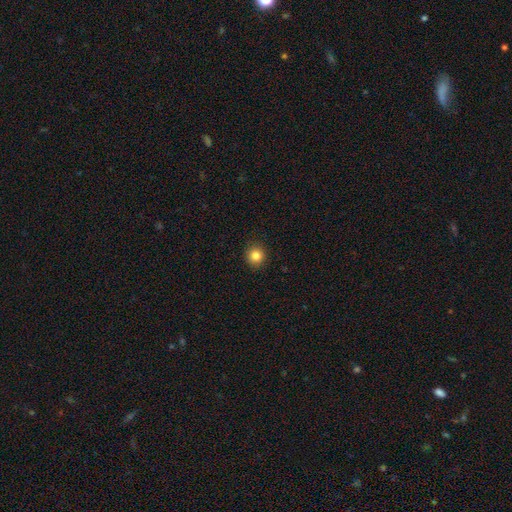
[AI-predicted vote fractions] smooth 84%, star or artifact 11%, featured or disk 5%. Down the decision tree: how rounded — round (92%); merging — none (92%).